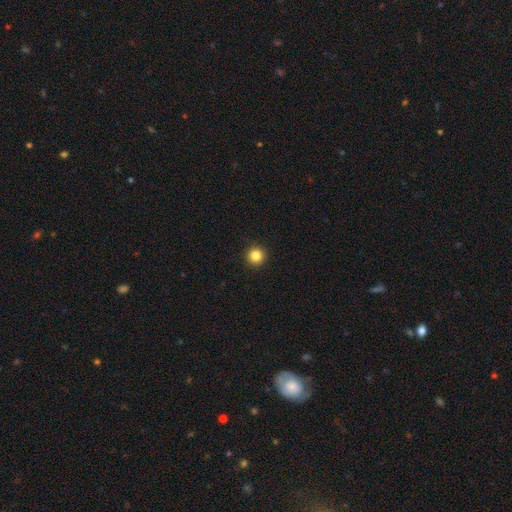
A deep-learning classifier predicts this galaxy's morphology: Smooth or featured: smooth — 84% (star or artifact — 11%)
How rounded: round — 96% (in between — 3%)
Merging: none — 94% (minor disturbance — 4%)